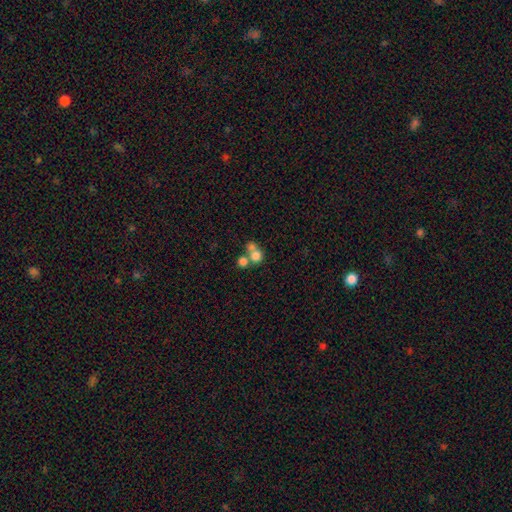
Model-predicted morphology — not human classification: A smooth galaxy with no disk features (73%) that is round (81%). Merging: merger (56%).